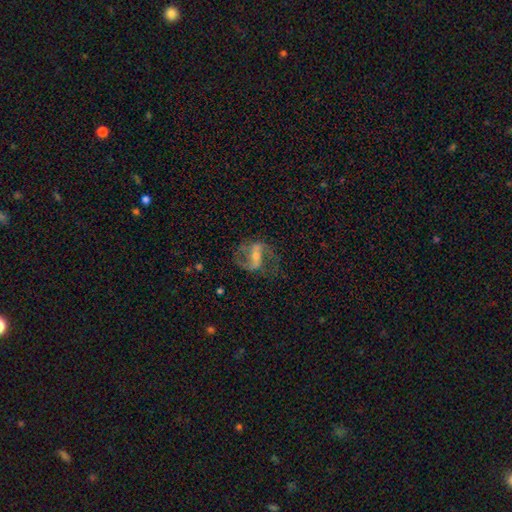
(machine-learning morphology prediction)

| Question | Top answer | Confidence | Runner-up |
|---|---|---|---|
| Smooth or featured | featured or disk | 84% | smooth (9%) |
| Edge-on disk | no | 96% | yes (4%) |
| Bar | strong | 47% | weak (37%) |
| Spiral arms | yes | 93% | no (7%) |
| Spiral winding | loose | 45% | medium (44%) |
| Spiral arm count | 2 | 89% | can't tell (4%) |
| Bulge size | small | 55% | moderate (36%) |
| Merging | none | 68% | minor disturbance (16%) |